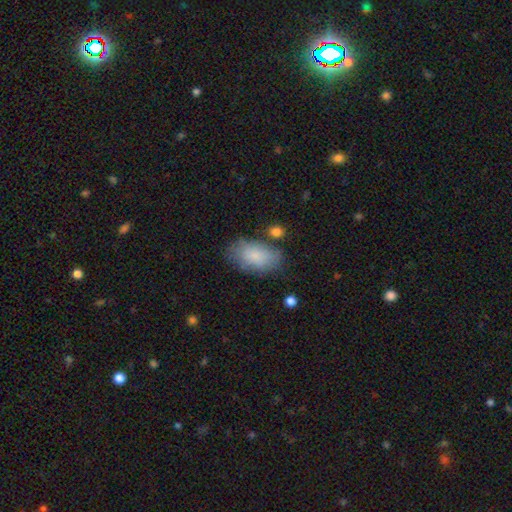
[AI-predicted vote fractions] Morphology: type=smooth (82%); roundness=in between (93%); merging=none (64%).